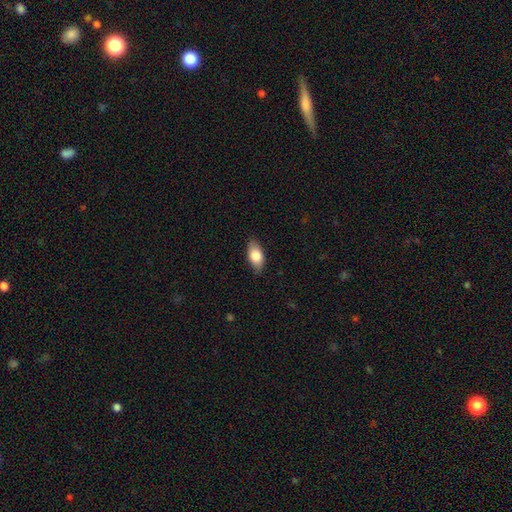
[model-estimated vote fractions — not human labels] Smooth or featured? Predicted: smooth (p=0.81). How rounded? Predicted: in between (p=0.91). Merging? Predicted: none (p=0.85).